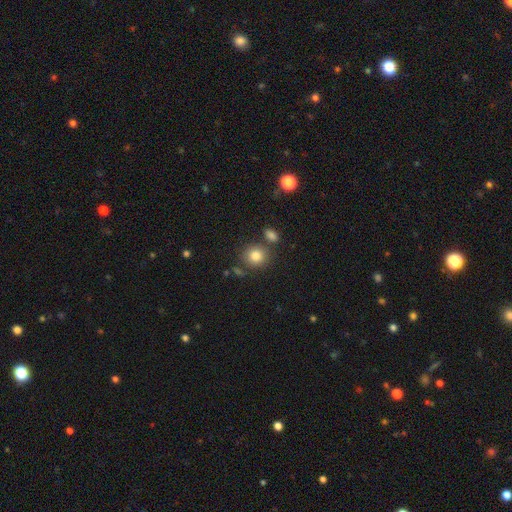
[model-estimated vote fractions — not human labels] Overall: smooth (82%). How rounded: round (82%). Merging: none (74%).